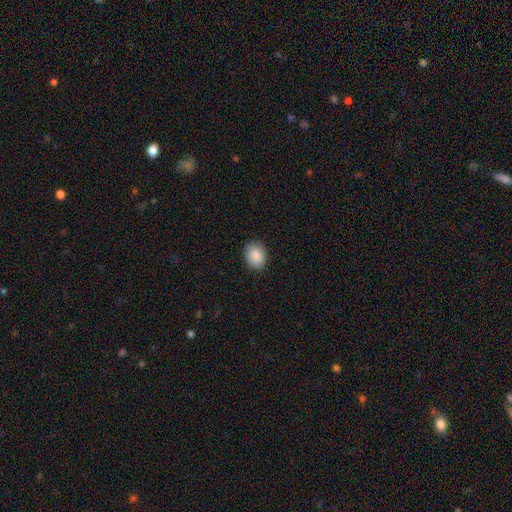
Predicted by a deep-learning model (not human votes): smooth 90%, star or artifact 7%, featured or disk 3%. Down the decision tree: how rounded — in between (64%); merging — none (86%).